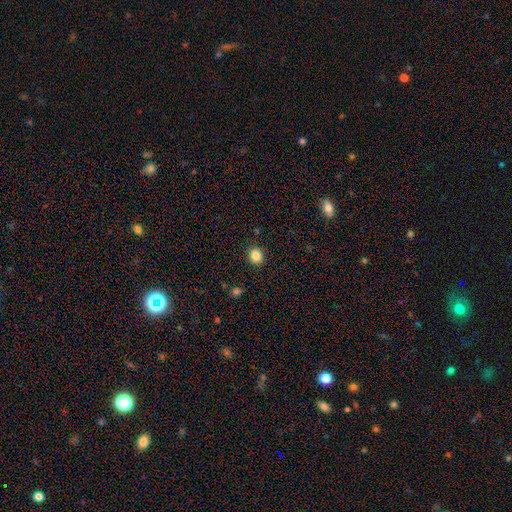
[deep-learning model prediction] This appears to be a smooth galaxy with no disk features (85%) that is round (82%). Merging: none (91%).